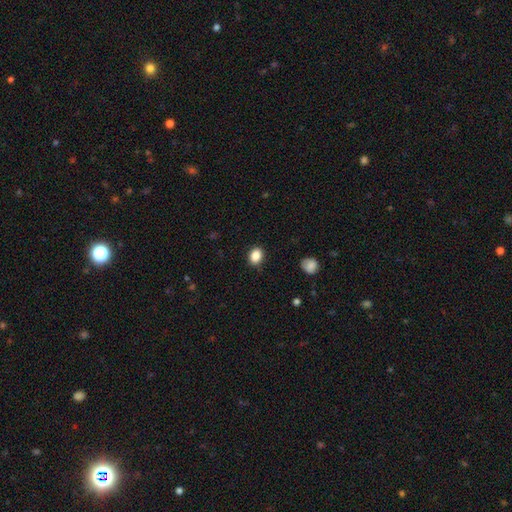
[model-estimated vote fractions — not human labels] Morphology: type=smooth (87%); roundness=in between (61%); merging=none (85%).